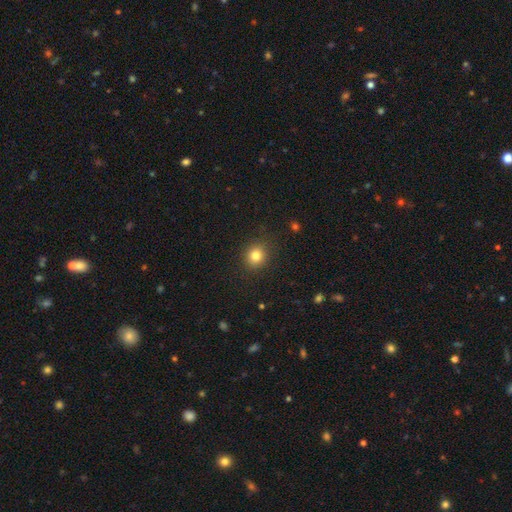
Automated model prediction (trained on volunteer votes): Smooth or featured: smooth — 82% (star or artifact — 12%)
How rounded: round — 82% (in between — 17%)
Merging: none — 90% (minor disturbance — 7%)